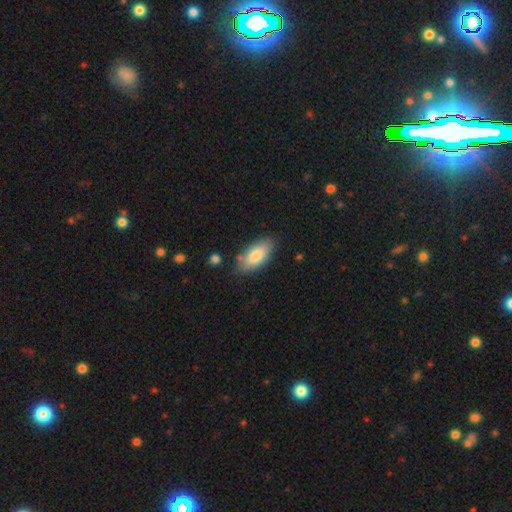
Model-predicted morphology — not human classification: A smooth galaxy with no disk features (80%) that is in between round and cigar-shaped (91%). Merging: none (80%).